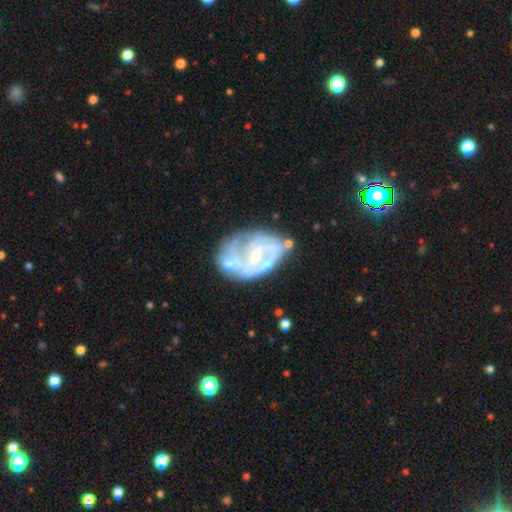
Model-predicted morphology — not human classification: Smooth or featured?
  - featured or disk: 80% *
  - smooth: 13%
  - star or artifact: 7%
Edge-on disk?
  - no: 98% *
  - yes: 2%
Bar?
  - no: 53% *
  - weak: 36%
  - strong: 11%
Spiral arms?
  - yes: 73% *
  - no: 27%
Spiral winding?
  - tight: 43% *
  - medium: 39%
  - loose: 18%
Spiral arm count?
  - 2: 38% *
  - can't tell: 36%
  - 3: 13%
  - 1: 6%
  - 4: 4%
  - more than 4: 3%
Bulge size?
  - small: 60% *
  - moderate: 25%
  - none: 13%
  - large: 2%
  - dominant: 1%
Merging?
  - none: 47% *
  - minor disturbance: 23%
  - major disturbance: 17%
  - merger: 14%